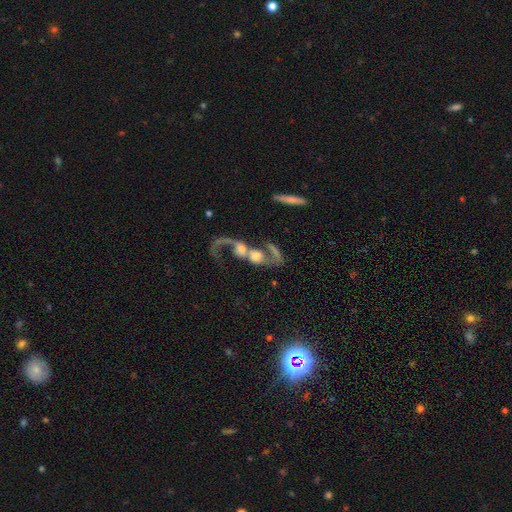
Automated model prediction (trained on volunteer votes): Morphology: type=featured or disk (61%); edge-on=no (93%); bar=no (75%); spiral arms=yes (66%); bulge=moderate (44%); merging=merger (75%).